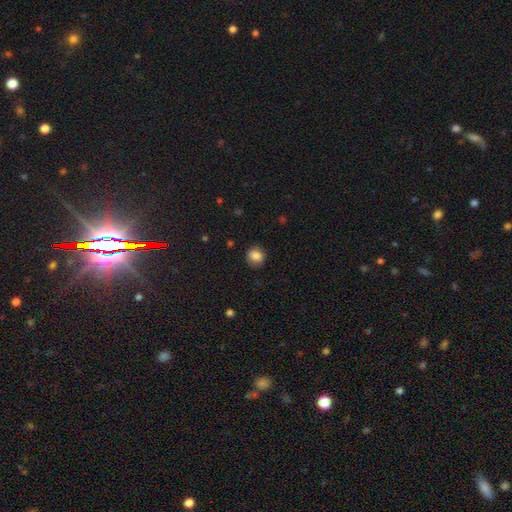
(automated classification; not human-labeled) Overall: smooth (85%). How rounded: round (80%). Merging: none (85%).